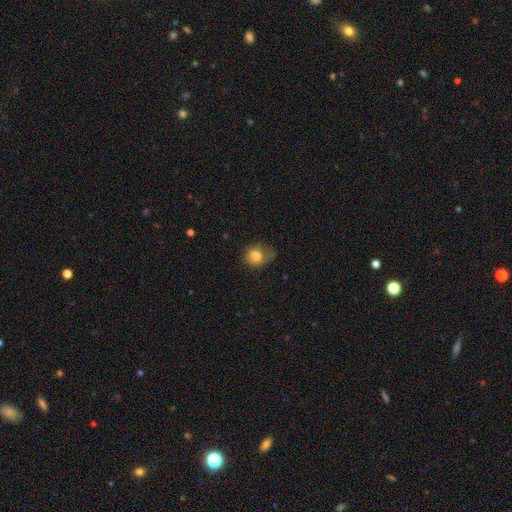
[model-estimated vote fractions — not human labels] This is likely a smooth galaxy (79%). How rounded: possibly round (58%). Merging: possibly none (47%).